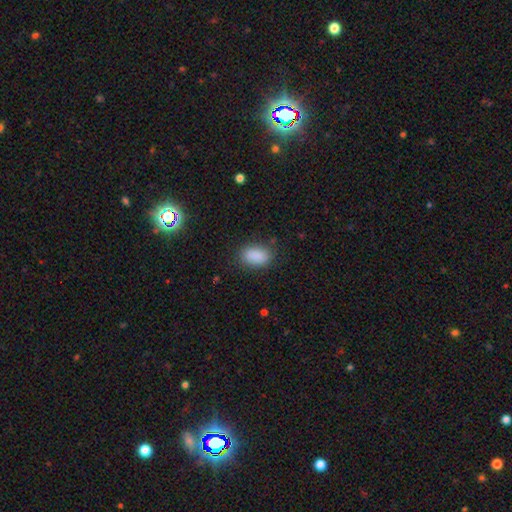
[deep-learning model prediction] The model was most divided on "merging": none: 82%, minor disturbance: 12%, major disturbance: 4%, merger: 1%. More confident: how rounded — in between (89%); smooth or featured — smooth (88%).